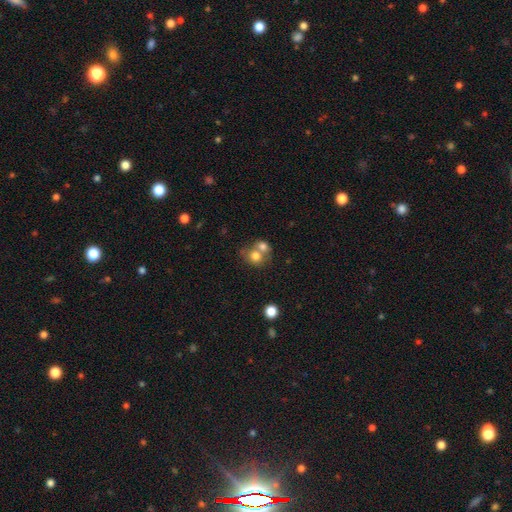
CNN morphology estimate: This appears to be a smooth galaxy with no disk features (74%) that is round (72%). Merging: merger (59%).